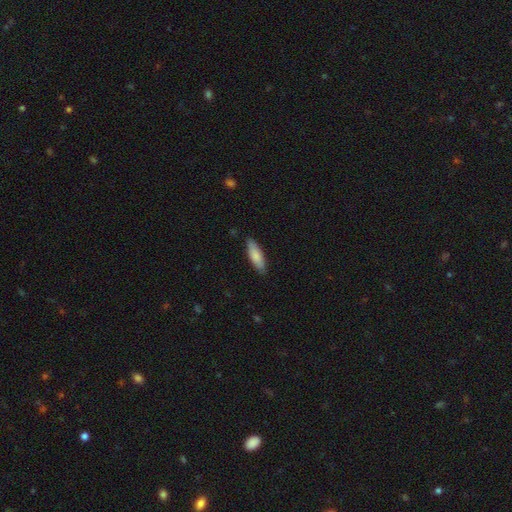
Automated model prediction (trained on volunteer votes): This is clearly a smooth galaxy (82%). How rounded: possibly in between (55%). Merging: clearly none (84%).